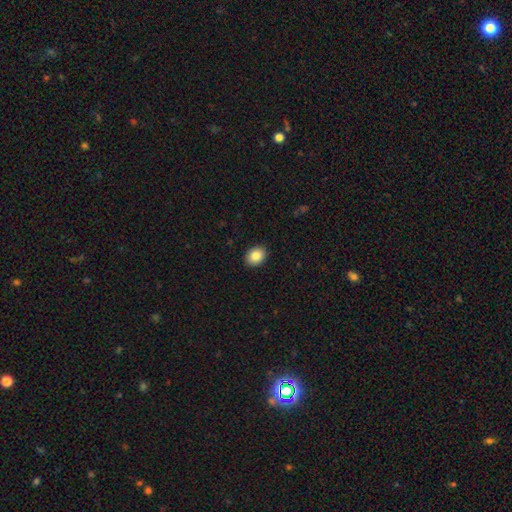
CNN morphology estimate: This appears to be a smooth galaxy with no disk features (86%) that is in between round and cigar-shaped (58%). Merging: none (91%).